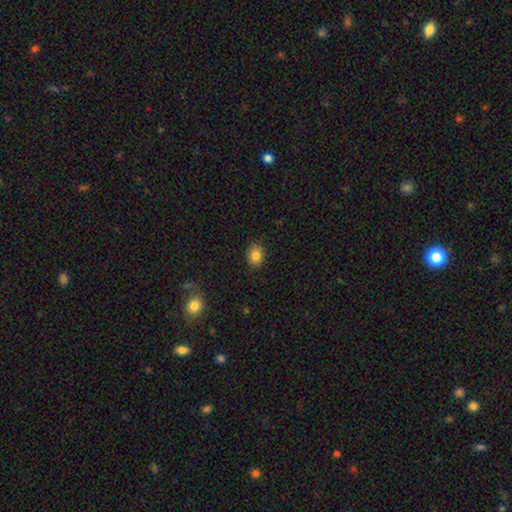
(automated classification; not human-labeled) The model was most divided on "how rounded": in between: 50%, round: 49%, cigar-shaped: 1%. More confident: merging — none (87%); smooth or featured — smooth (83%).